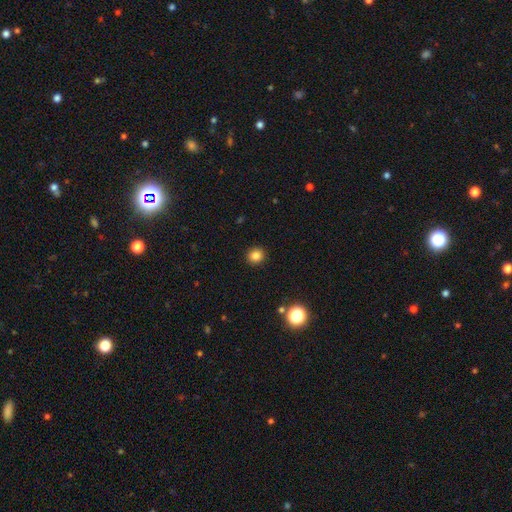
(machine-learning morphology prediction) This is clearly a smooth galaxy (83%). How rounded: clearly round (89%). Merging: clearly none (92%).